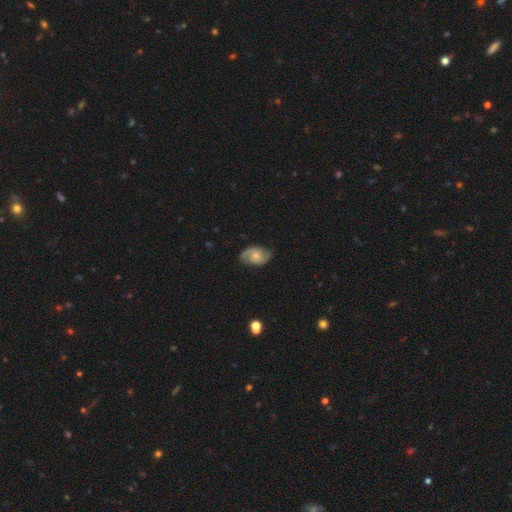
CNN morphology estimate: featured or disk 82%, smooth 12%, star or artifact 6%. Down the decision tree: edge-on disk — no (97%); bar — no (64%); spiral arms — yes (96%); spiral arm count — 2 (91%); spiral winding — medium (50%); bulge size — small (49%); merging — none (80%).